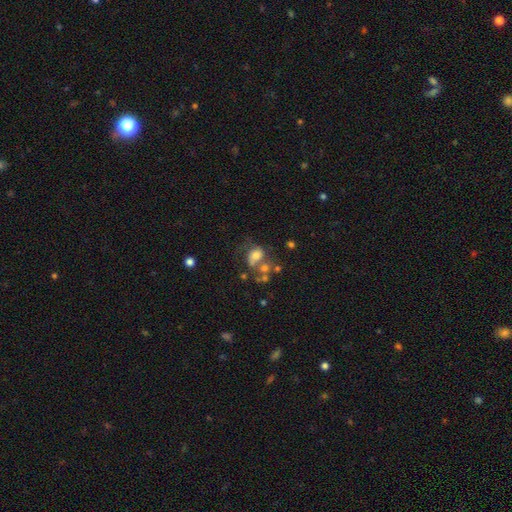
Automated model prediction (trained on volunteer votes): The model was most divided on "merging": merger: 32%, none: 27%, major disturbance: 24%, minor disturbance: 17%. More confident: how rounded — in between (58%); smooth or featured — smooth (55%).